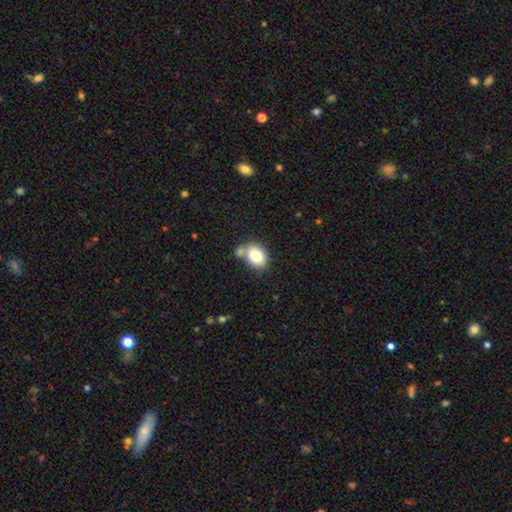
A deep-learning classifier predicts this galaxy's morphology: Smooth or featured? smooth (79%)
How rounded? in between (70%)
Merging? none (52%)